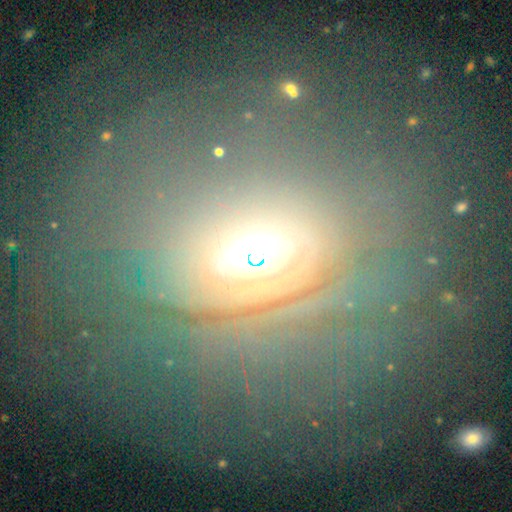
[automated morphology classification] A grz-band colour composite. It shows a featured or disk galaxy (59%) with no bar (75%), no spiral arms (53%) and a moderate central bulge (55%). Merging: none (56%).